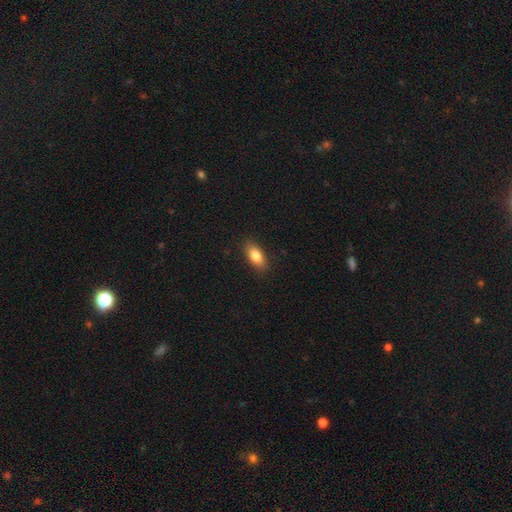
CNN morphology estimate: The model was most divided on "smooth or featured": smooth: 82%, featured or disk: 11%, star or artifact: 7%. More confident: merging — none (88%); how rounded — in between (86%).